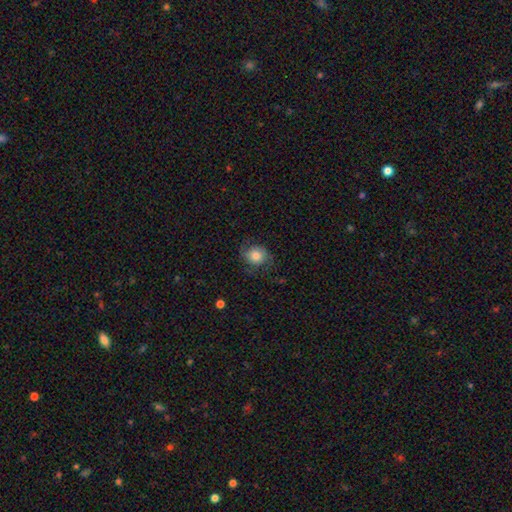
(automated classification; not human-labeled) smooth-or-featured: smooth: 62% | featured or disk: 30% | star or artifact: 9%
  how-rounded: round: 73% | in between: 26% | cigar-shaped: 1%
  merging: none: 65% | minor disturbance: 21% | major disturbance: 13% | merger: 1%